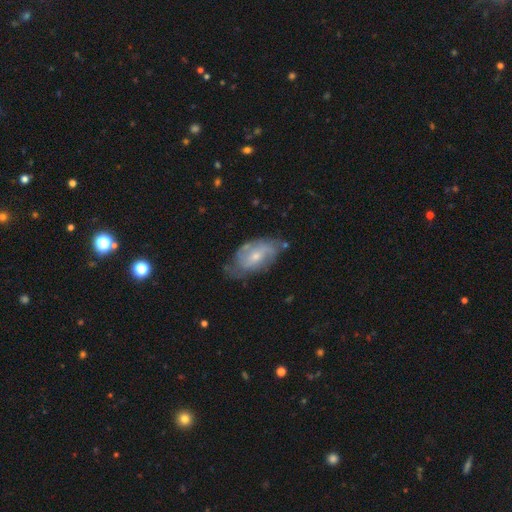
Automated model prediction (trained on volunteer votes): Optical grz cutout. It shows a featured or disk galaxy (70%) with no bar (51%), 2 (49%) medium (42%) spiral arms (82%) and a small central bulge (59%). Merging: none (57%).